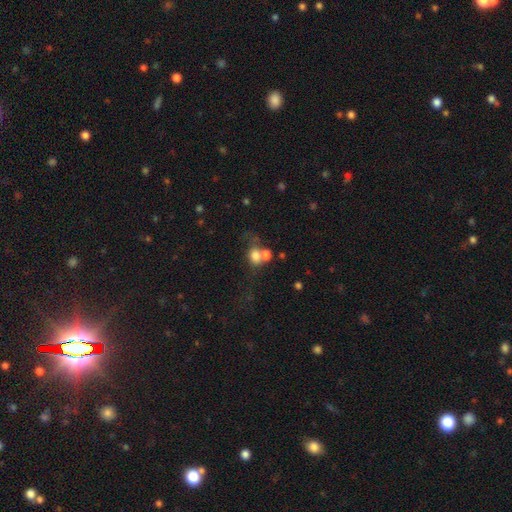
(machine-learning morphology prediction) This appears to be a smooth galaxy with no disk features (72%) that is in between round and cigar-shaped (51%). Merging: merger (53%).